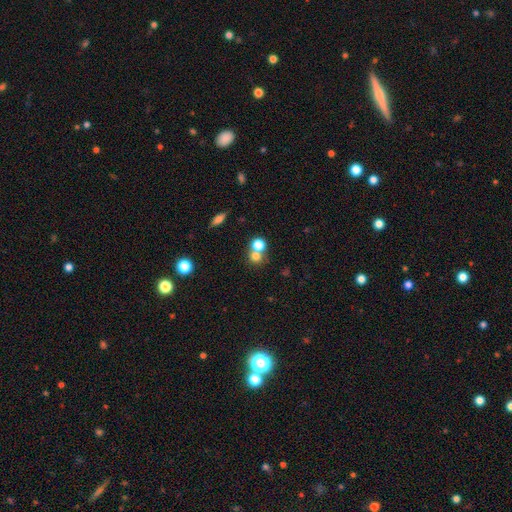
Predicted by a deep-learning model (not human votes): smooth-or-featured: smooth: 73% | star or artifact: 16% | featured or disk: 11%
  how-rounded: round: 84% | in between: 15% | cigar-shaped: 1%
  merging: none: 46% | merger: 45% | minor disturbance: 6% | major disturbance: 3%